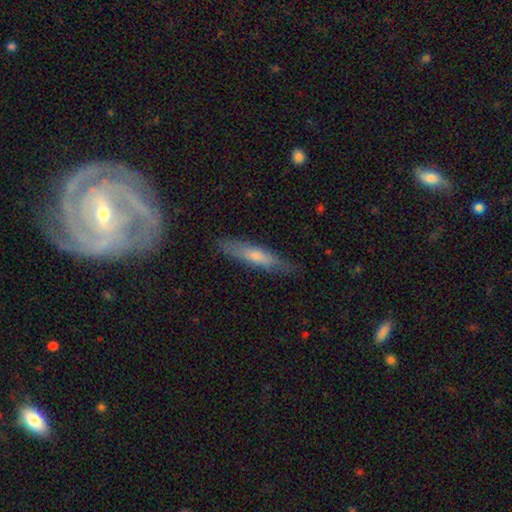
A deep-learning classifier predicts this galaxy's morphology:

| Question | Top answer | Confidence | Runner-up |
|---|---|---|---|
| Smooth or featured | smooth | 61% | featured or disk (33%) |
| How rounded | cigar-shaped | 86% | in between (13%) |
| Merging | none | 83% | minor disturbance (13%) |